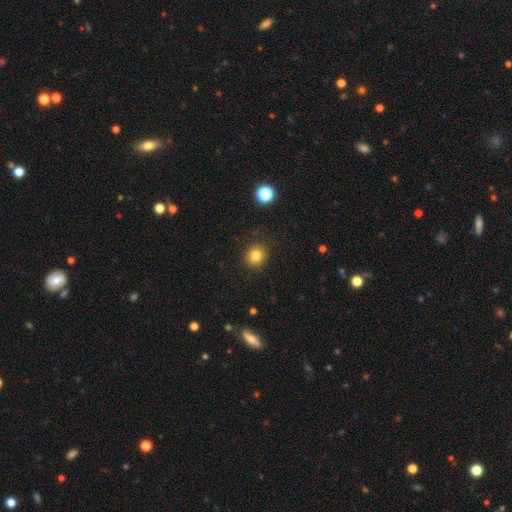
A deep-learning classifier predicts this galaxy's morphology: smooth_or_featured: smooth (p=0.81) [alt: star or artifact p=0.12]
how_rounded: round (p=0.86) [alt: in between p=0.13]
merging: none (p=0.89) [alt: minor disturbance p=0.07]